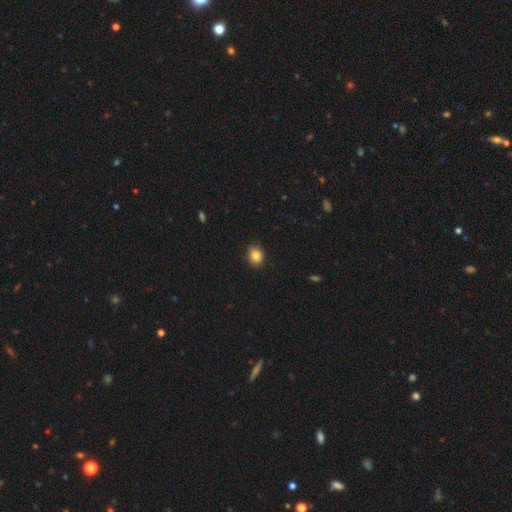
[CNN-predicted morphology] Q: Smooth or featured?
A: smooth (85%); runner-up: star or artifact (9%)
Q: How rounded?
A: in between (53%); runner-up: round (46%)
Q: Merging?
A: none (87%); runner-up: minor disturbance (10%)